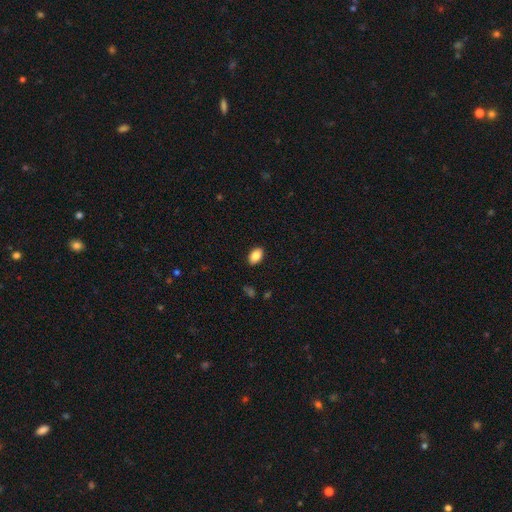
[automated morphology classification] Smooth or featured? Predicted: smooth (p=0.86). How rounded? Predicted: in between (p=0.90). Merging? Predicted: none (p=0.89).